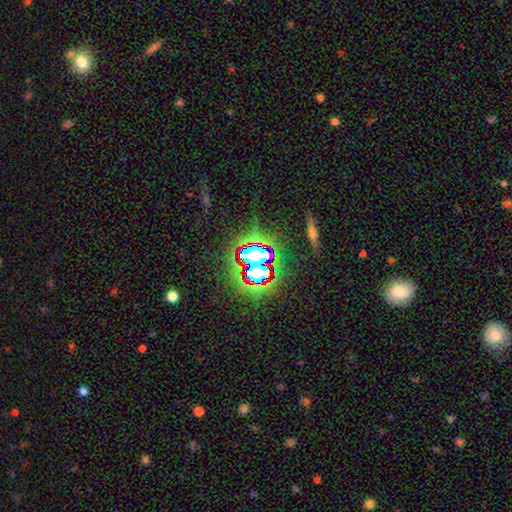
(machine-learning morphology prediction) Smooth or featured? star or artifact (75%)